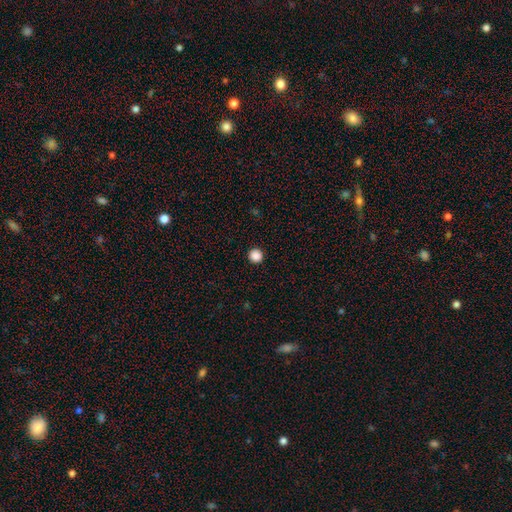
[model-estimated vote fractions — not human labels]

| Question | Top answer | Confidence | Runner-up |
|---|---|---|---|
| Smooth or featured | smooth | 88% | star or artifact (10%) |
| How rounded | round | 96% | in between (3%) |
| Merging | none | 93% | minor disturbance (4%) |